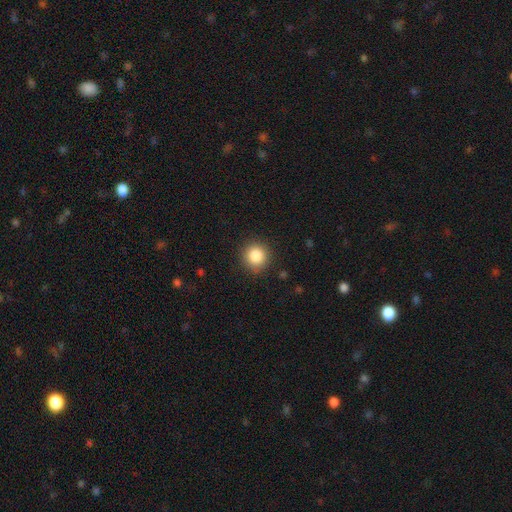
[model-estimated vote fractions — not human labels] smooth_or_featured: smooth (p=0.85) [alt: star or artifact p=0.10]
how_rounded: round (p=0.93) [alt: in between p=0.06]
merging: none (p=0.89) [alt: minor disturbance p=0.08]